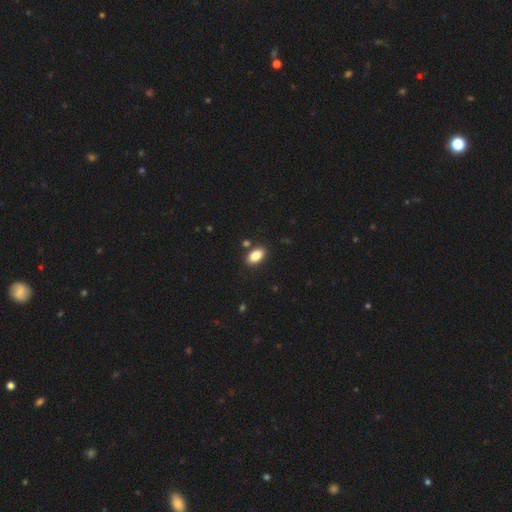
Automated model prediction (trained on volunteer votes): This appears to be a smooth galaxy with no disk features (85%) that is in between round and cigar-shaped (92%). Merging: none (85%).